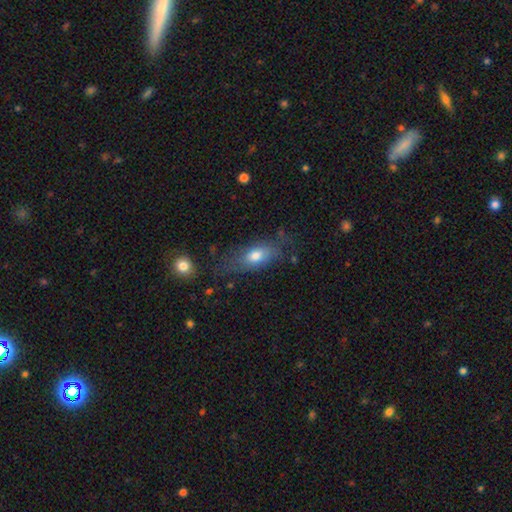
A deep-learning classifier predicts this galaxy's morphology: Smooth or featured?
  - smooth: 72% *
  - featured or disk: 20%
  - star or artifact: 8%
How rounded?
  - in between: 78% *
  - cigar-shaped: 15%
  - round: 7%
Merging?
  - none: 62% *
  - minor disturbance: 24%
  - major disturbance: 11%
  - merger: 3%